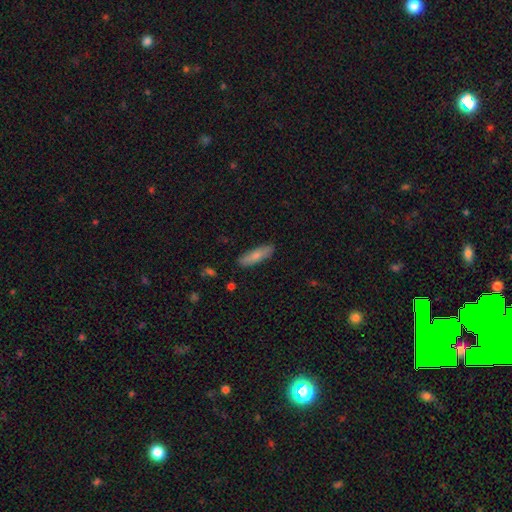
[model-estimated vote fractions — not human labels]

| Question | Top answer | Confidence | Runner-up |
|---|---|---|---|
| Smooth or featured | smooth | 78% | featured or disk (16%) |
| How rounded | cigar-shaped | 61% | in between (38%) |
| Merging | none | 86% | minor disturbance (11%) |